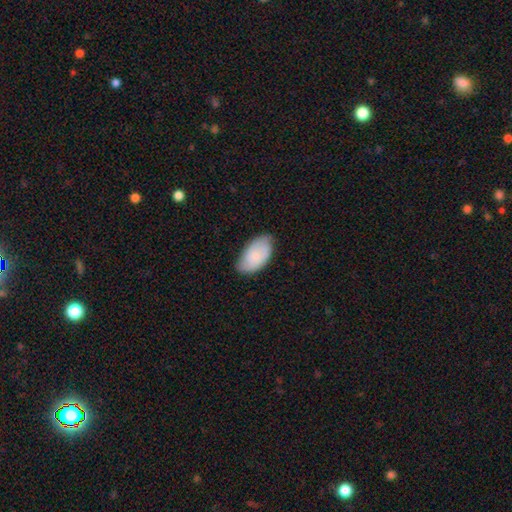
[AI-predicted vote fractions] Morphology: type=smooth (77%); roundness=in between (95%); merging=none (70%).